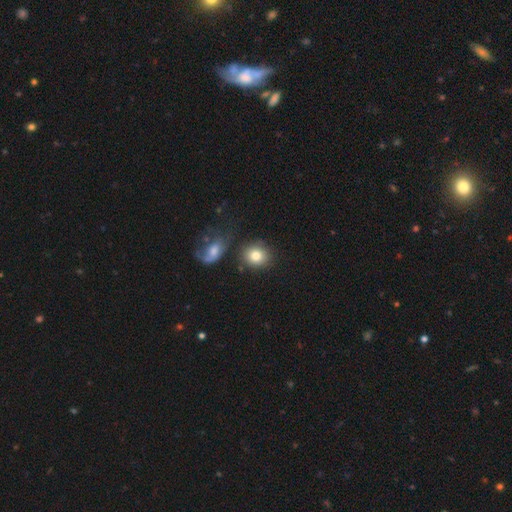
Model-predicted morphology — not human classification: This is clearly a smooth galaxy (81%). How rounded: likely round (73%). Merging: likely none (72%).